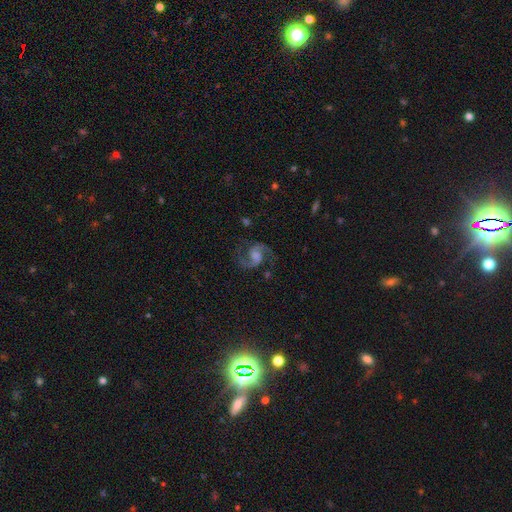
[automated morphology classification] smooth-or-featured: featured or disk: 90% | star or artifact: 6% | smooth: 4%
  disk-edge-on: no: 98% | yes: 2%
    bar: weak: 45% | no: 42% | strong: 13%
    has-spiral-arms: yes: 98% | no: 2%
      spiral-winding: medium: 60% | loose: 30% | tight: 10%
      spiral-arm-count: 2: 94% | can't tell: 1% | 1: 1% | 3: 1% | 4: 1% | more than 4: 1%
    bulge-size: moderate: 37% | small: 24% | none: 22% | large: 15% | dominant: 2%
  merging: none: 81% | minor disturbance: 12% | major disturbance: 6% | merger: 2%